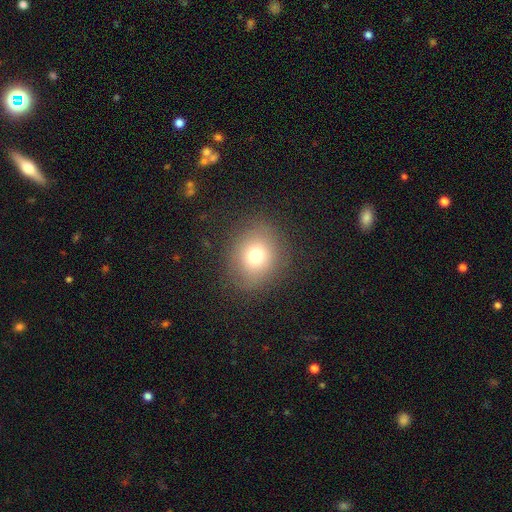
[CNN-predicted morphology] type=smooth (72%); roundness=round (67%); merging=none (82%).